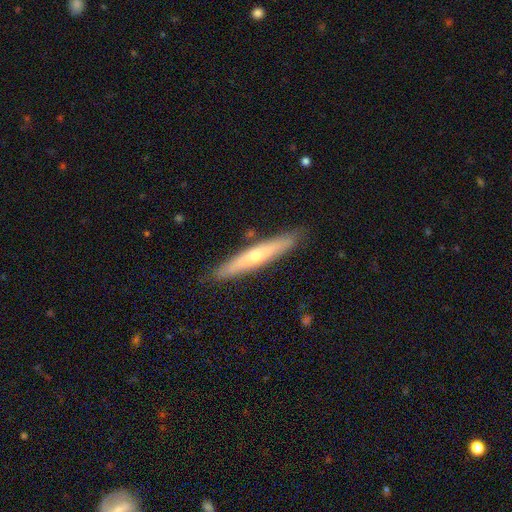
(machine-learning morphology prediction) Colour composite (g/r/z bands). It shows a featured or disk galaxy (49%). Merging: none (87%).